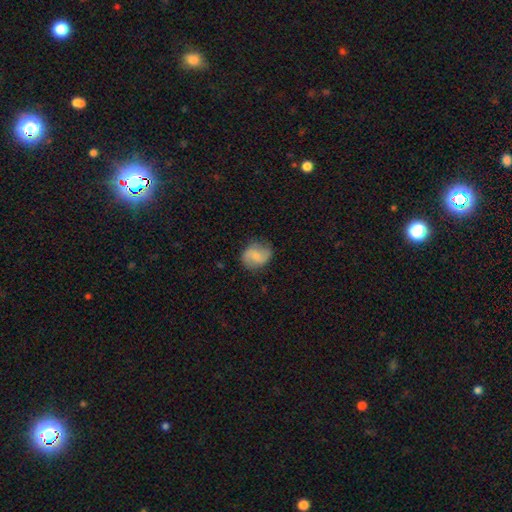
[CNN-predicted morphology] smooth 52%, featured or disk 40%, star or artifact 8%. Down the decision tree: how rounded — round (59%); merging — none (73%).